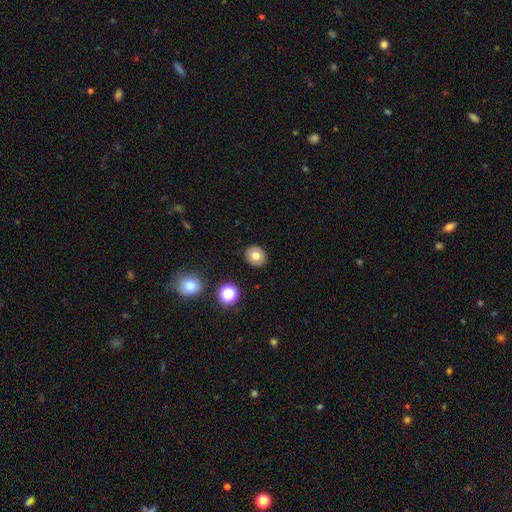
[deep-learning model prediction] Q: Smooth or featured?
A: smooth (75%); runner-up: featured or disk (14%)
Q: How rounded?
A: round (84%); runner-up: in between (15%)
Q: Merging?
A: none (91%); runner-up: minor disturbance (6%)